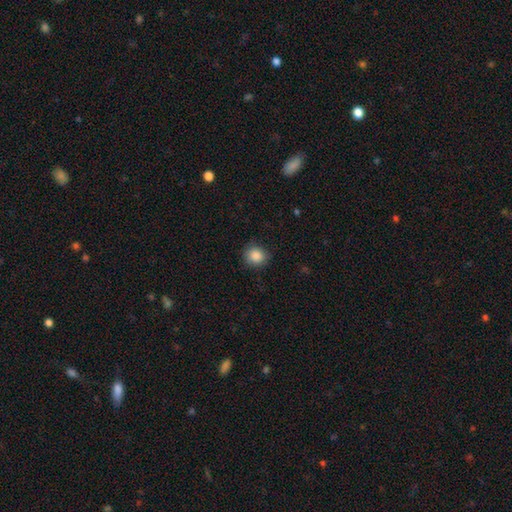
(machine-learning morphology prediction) Overall: smooth (87%). How rounded: round (87%). Merging: none (85%).